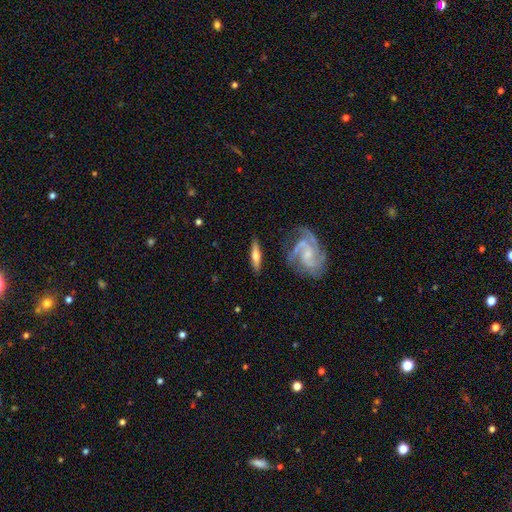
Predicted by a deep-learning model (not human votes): This is possibly a featured or disk galaxy (57%). It is likely viewed edge-on (67%). Merging: likely none (77%).